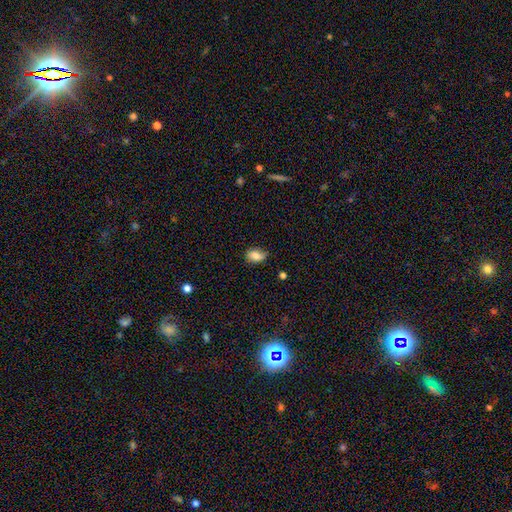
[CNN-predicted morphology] Smooth or featured?
  - smooth: 82% *
  - featured or disk: 9%
  - star or artifact: 9%
How rounded?
  - in between: 84% *
  - round: 14%
  - cigar-shaped: 2%
Merging?
  - none: 69% *
  - minor disturbance: 25%
  - major disturbance: 4%
  - merger: 2%